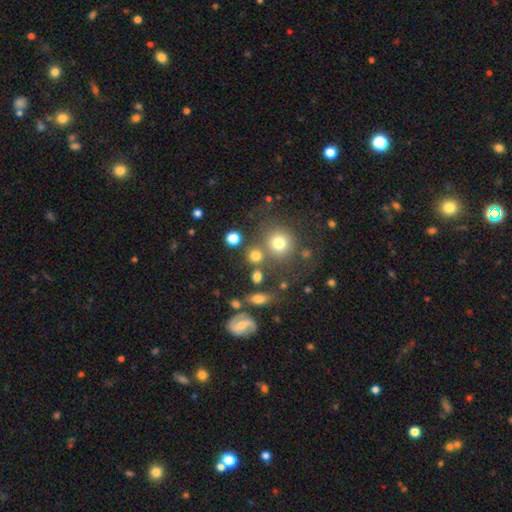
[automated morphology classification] A smooth galaxy with no disk features (74%) that is round (84%).

Vote fractions:
- Smooth or featured? smooth: 74% / star or artifact: 15% / featured or disk: 11%
- How rounded? round: 84% / in between: 14% / cigar-shaped: 2%
- Merging? none: 65% / merger: 19% / minor disturbance: 10% / major disturbance: 6%